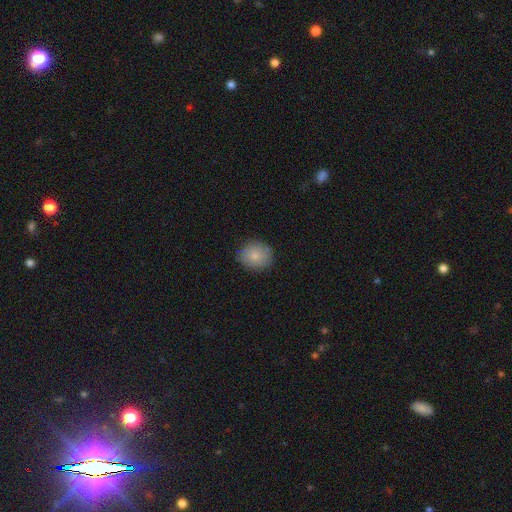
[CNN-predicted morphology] smooth 81%, featured or disk 11%, star or artifact 8%. Down the decision tree: how rounded — round (79%); merging — none (85%).